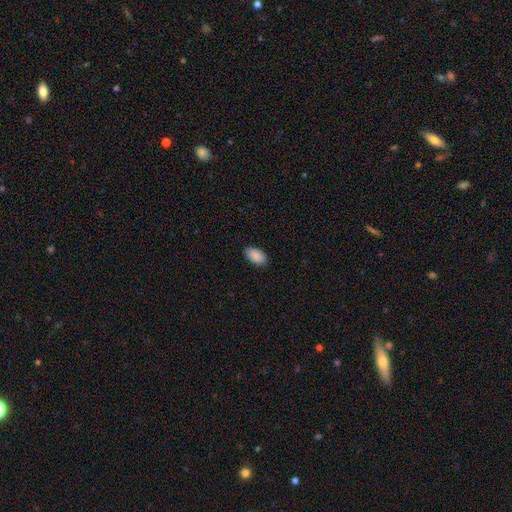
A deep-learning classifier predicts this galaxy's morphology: A smooth galaxy with no disk features (90%) that is in between round and cigar-shaped (95%).

Vote fractions:
- Smooth or featured? smooth: 90% / star or artifact: 6% / featured or disk: 4%
- How rounded? in between: 95% / round: 4% / cigar-shaped: 2%
- Merging? none: 87% / minor disturbance: 10% / major disturbance: 2% / merger: 1%